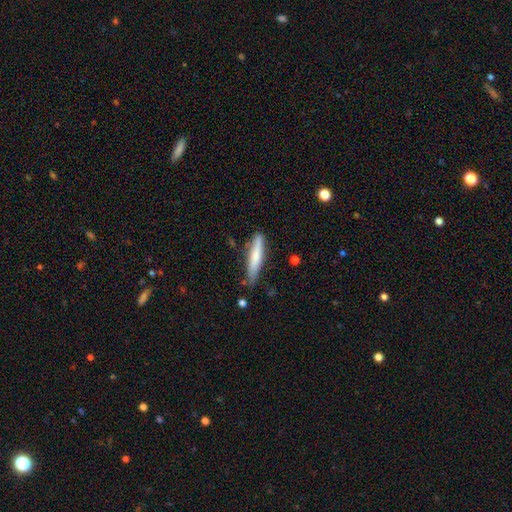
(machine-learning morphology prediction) smooth_or_featured: smooth (p=0.69) [alt: featured or disk p=0.26]
how_rounded: cigar-shaped (p=0.89) [alt: in between p=0.09]
merging: none (p=0.75) [alt: minor disturbance p=0.19]